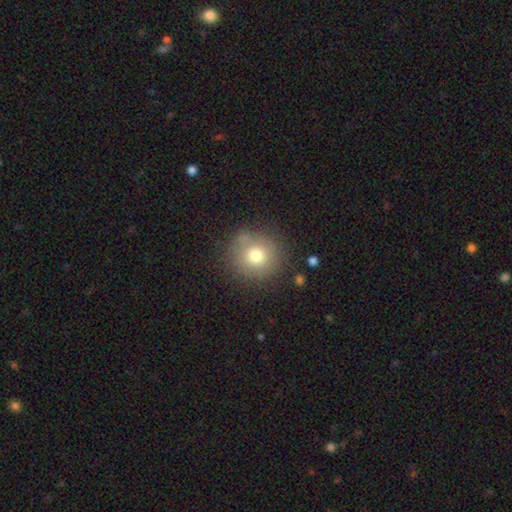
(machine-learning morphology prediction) A smooth galaxy with no disk features (74%) that is round (90%).

Vote fractions:
- Smooth or featured? smooth: 74% / featured or disk: 14% / star or artifact: 12%
- How rounded? round: 90% / in between: 9% / cigar-shaped: 1%
- Merging? none: 80% / minor disturbance: 12% / major disturbance: 4% / merger: 3%